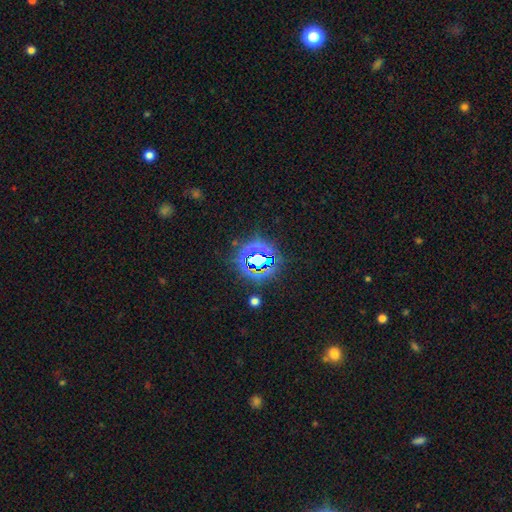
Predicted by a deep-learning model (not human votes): This appears to be a star or artifact, not a galaxy (78%).